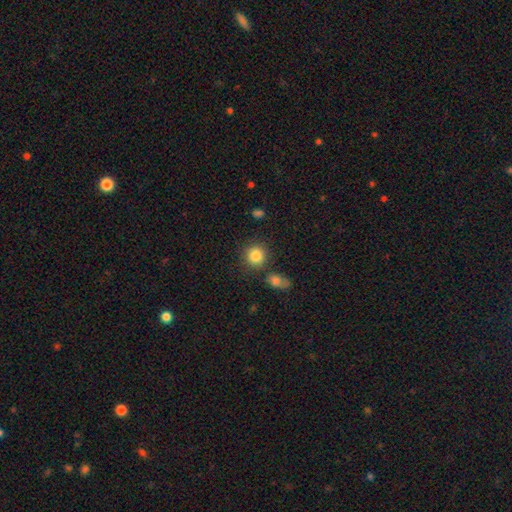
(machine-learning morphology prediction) Smooth or featured? smooth (85%)
How rounded? round (89%)
Merging? none (81%)